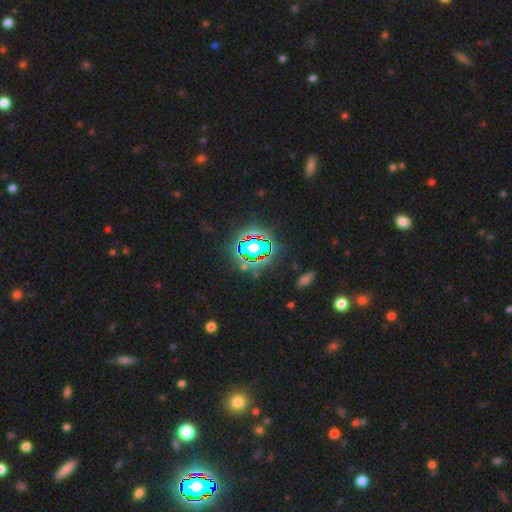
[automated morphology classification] A star or artifact, not a galaxy (81%).

Vote fractions:
- Smooth or featured? star or artifact: 81% / smooth: 12% / featured or disk: 7%